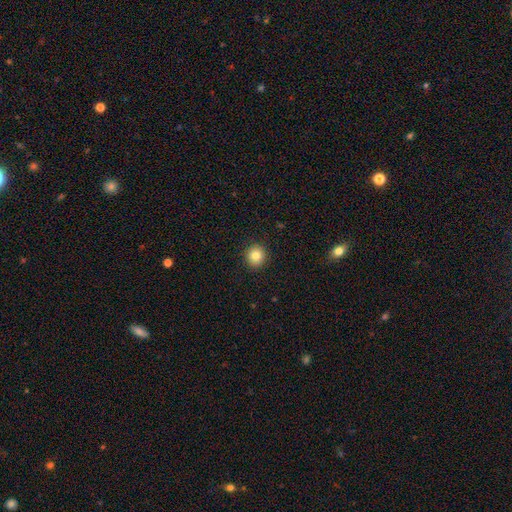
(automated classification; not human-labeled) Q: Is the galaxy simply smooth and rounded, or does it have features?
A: smooth — 82%.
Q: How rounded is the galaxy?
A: round — 89%.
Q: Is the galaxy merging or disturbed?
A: none — 92%.